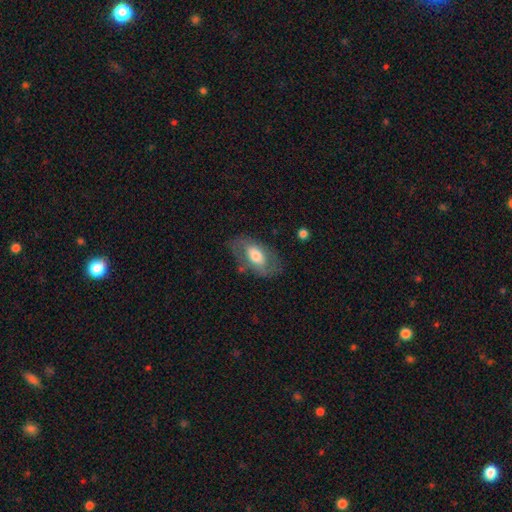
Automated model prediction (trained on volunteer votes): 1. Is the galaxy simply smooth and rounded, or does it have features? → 50% smooth, 43% featured or disk, 6% star or artifact.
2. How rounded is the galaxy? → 90% in between, 7% round, 3% cigar-shaped.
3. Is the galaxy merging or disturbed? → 67% none, 19% minor disturbance, 11% major disturbance, 2% merger.